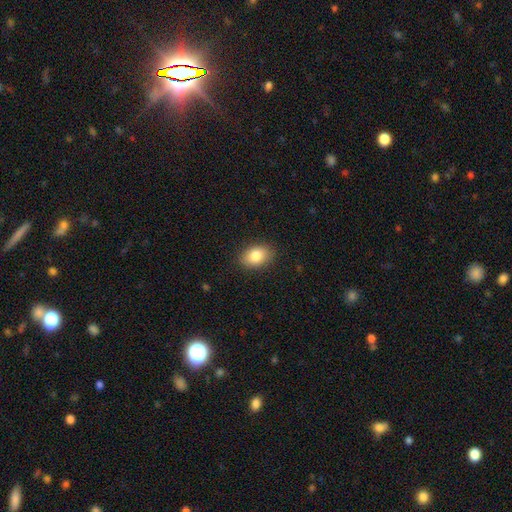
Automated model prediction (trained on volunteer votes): Q: Smooth or featured?
A: smooth (84%); runner-up: featured or disk (8%)
Q: How rounded?
A: in between (82%); runner-up: round (17%)
Q: Merging?
A: none (87%); runner-up: minor disturbance (10%)